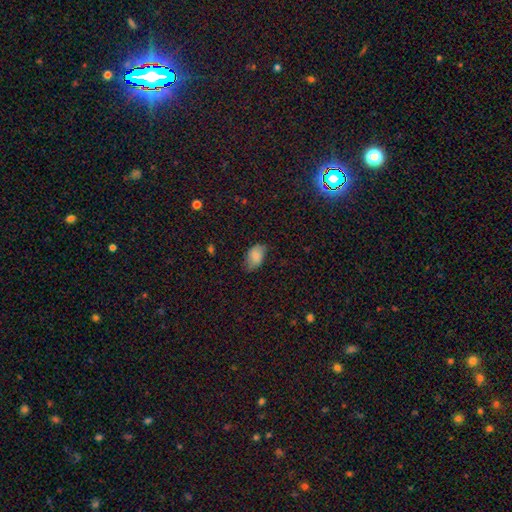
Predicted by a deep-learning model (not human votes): A smooth galaxy with no disk features (79%) that is in between round and cigar-shaped (91%).

Vote fractions:
- Smooth or featured? smooth: 79% / featured or disk: 13% / star or artifact: 8%
- How rounded? in between: 91% / round: 7% / cigar-shaped: 1%
- Merging? none: 61% / minor disturbance: 32% / major disturbance: 7% / merger: 1%